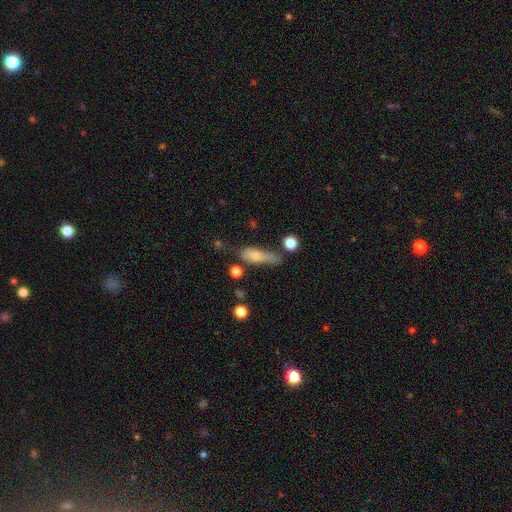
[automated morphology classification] Smooth or featured? Predicted: smooth (p=0.74). How rounded? Predicted: cigar-shaped (p=0.49). Merging? Predicted: none (p=0.35).